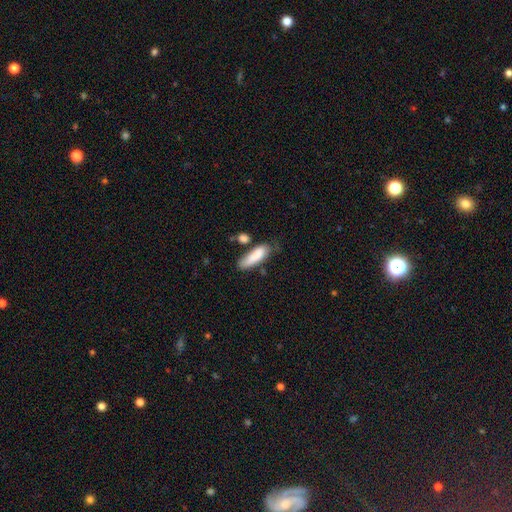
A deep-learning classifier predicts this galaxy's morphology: smooth_or_featured: smooth (p=0.84) [alt: featured or disk p=0.09]
how_rounded: cigar-shaped (p=0.52) [alt: in between p=0.46]
merging: none (p=0.55) [alt: minor disturbance p=0.26]